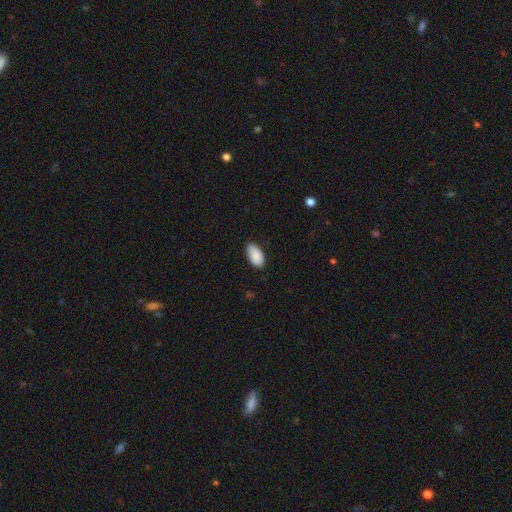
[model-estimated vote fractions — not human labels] Smooth or featured: smooth — 88% (star or artifact — 6%)
How rounded: in between — 95% (round — 3%)
Merging: none — 79% (minor disturbance — 18%)